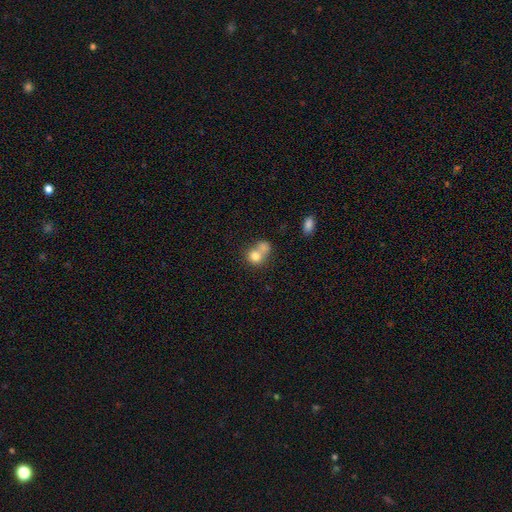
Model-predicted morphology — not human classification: Smooth or featured: smooth — 75% (featured or disk — 15%)
How rounded: round — 73% (in between — 26%)
Merging: merger — 61% (none — 28%)